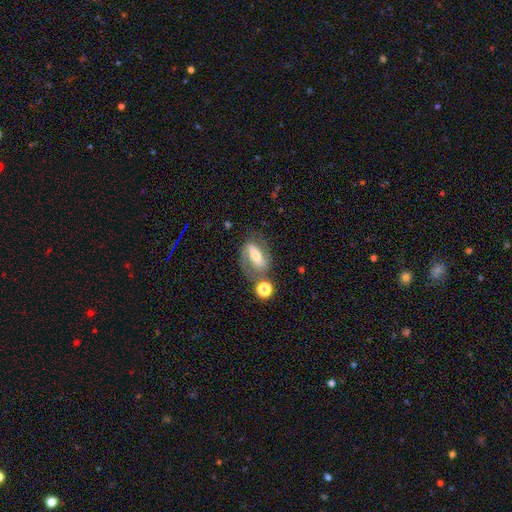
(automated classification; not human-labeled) Smooth or featured? Predicted: featured or disk (p=0.67). Edge-on disk? Predicted: no (p=0.89). Bar? Predicted: strong (p=0.58). Spiral arms? Predicted: yes (p=0.80). Bulge size? Predicted: moderate (p=0.55). Merging? Predicted: none (p=0.61).